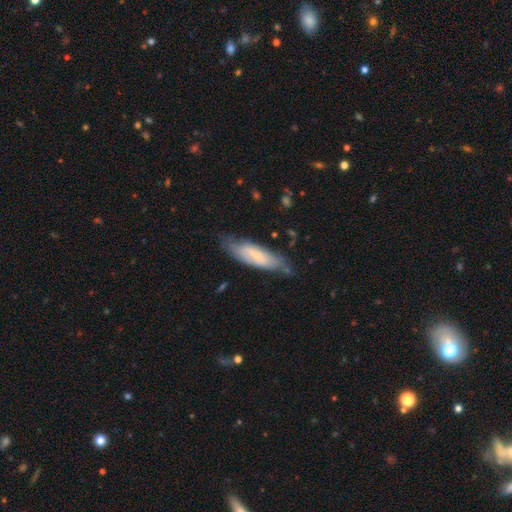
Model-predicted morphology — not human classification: The model was most divided on "how rounded": cigar-shaped: 56%, in between: 42%, round: 2%. More confident: merging — none (66%); smooth or featured — smooth (54%).